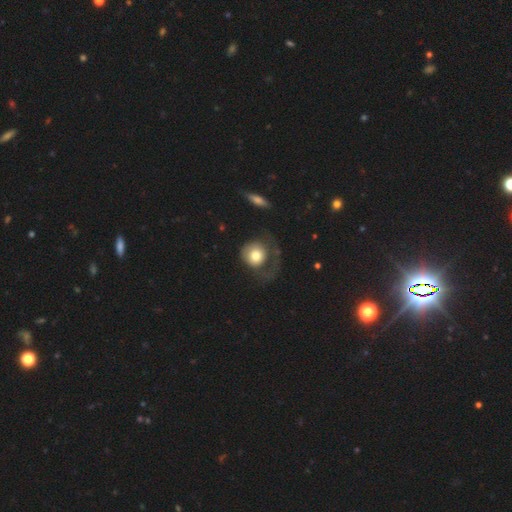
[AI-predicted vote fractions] Overall: smooth (69%). How rounded: round (86%). Merging: major disturbance (44%; none 35%).